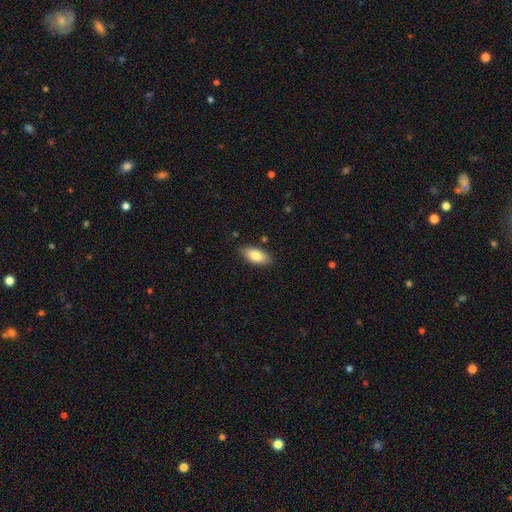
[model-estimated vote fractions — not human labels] This appears to be a smooth galaxy with no disk features (83%) that is in between round and cigar-shaped (90%). Merging: none (86%).